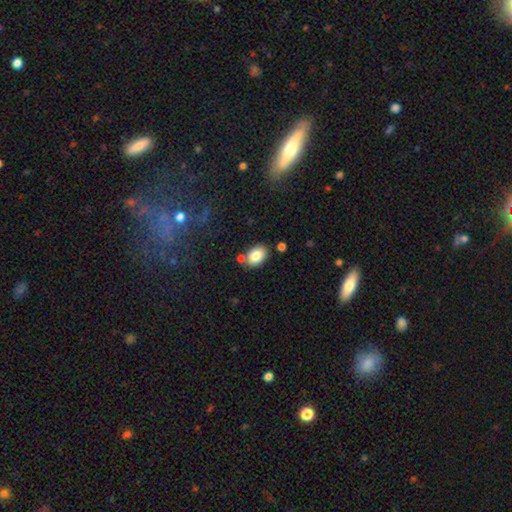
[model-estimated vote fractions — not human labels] The model was most divided on "merging": none: 76%, minor disturbance: 12%, merger: 9%, major disturbance: 3%. More confident: how rounded — in between (84%); smooth or featured — smooth (83%).